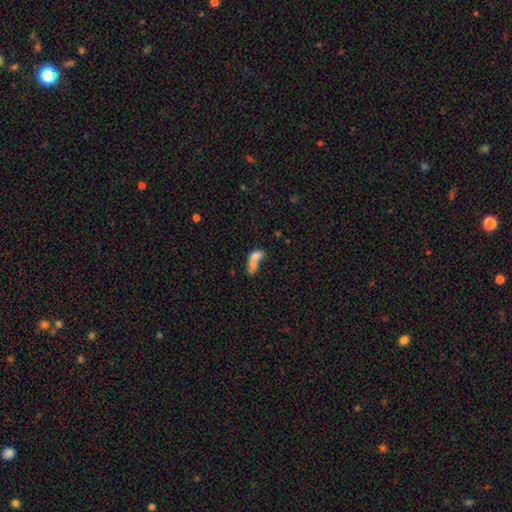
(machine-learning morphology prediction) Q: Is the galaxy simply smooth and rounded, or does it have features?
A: smooth — 66%.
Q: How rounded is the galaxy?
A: in between — 68%.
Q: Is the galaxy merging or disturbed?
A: merger — 52%.